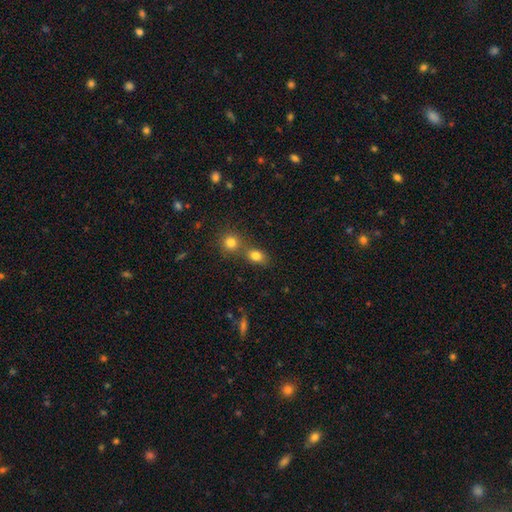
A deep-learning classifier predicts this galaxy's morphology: smooth_or_featured: smooth (p=0.81) [alt: star or artifact p=0.11]
how_rounded: in between (p=0.68) [alt: round p=0.30]
merging: none (p=0.53) [alt: merger p=0.33]